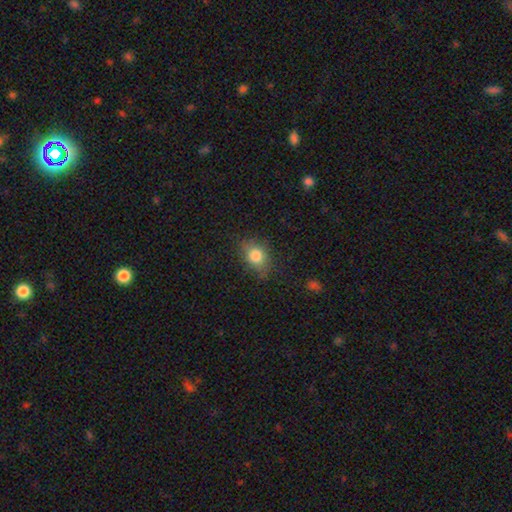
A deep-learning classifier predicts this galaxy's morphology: Smooth or featured? Predicted: smooth (p=0.80). How rounded? Predicted: in between (p=0.63). Merging? Predicted: none (p=0.73).